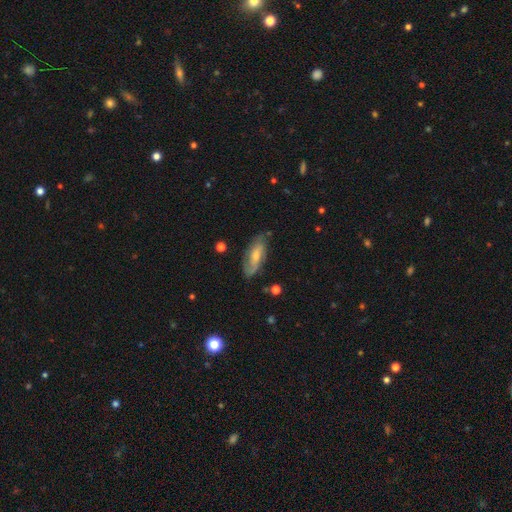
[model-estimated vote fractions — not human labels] The model was most divided on "bulge size": small: 49%, moderate: 43%, none: 4%, large: 3%, dominant: 1%. Remaining: spiral arms — yes (87%); edge-on disk — no (83%); merging — none (76%); smooth or featured — featured or disk (62%); bar — no (49%).